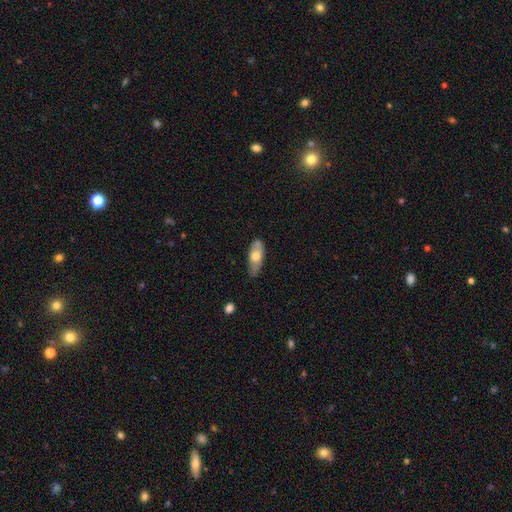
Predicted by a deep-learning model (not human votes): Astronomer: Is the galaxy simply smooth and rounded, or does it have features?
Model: smooth — 61%.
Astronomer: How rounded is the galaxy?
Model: in between — 74%.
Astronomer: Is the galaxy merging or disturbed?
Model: none — 68%.